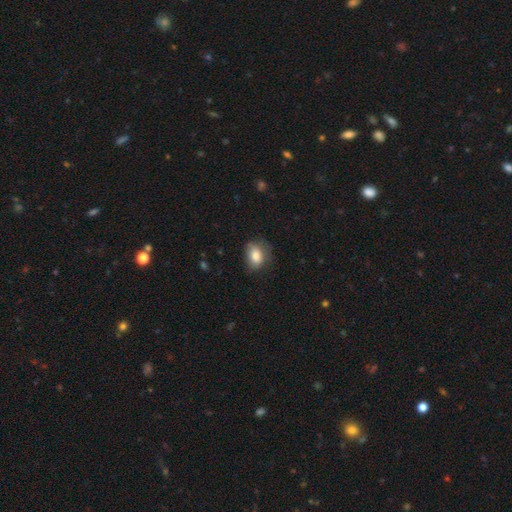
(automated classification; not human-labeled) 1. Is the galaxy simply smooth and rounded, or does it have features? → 81% smooth, 10% featured or disk, 8% star or artifact.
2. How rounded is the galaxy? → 67% in between, 32% round, 1% cigar-shaped.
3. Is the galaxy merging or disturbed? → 62% none, 27% minor disturbance, 9% major disturbance, 1% merger.